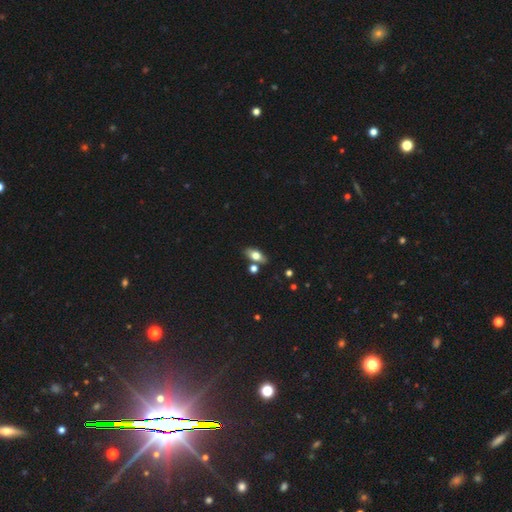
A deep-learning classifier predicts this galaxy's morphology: The model was most divided on "smooth or featured": smooth: 69%, featured or disk: 22%, star or artifact: 8%. More confident: how rounded — in between (83%); merging — none (73%).